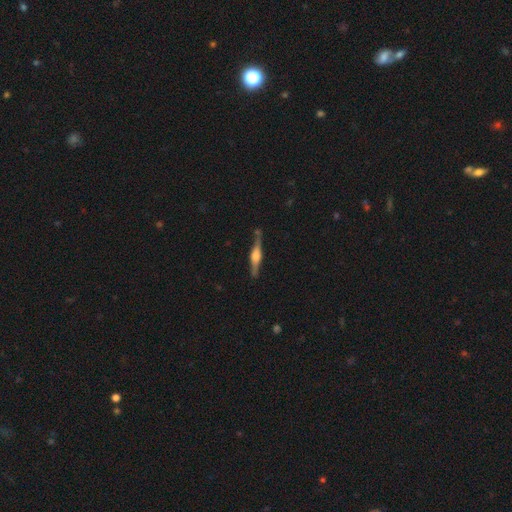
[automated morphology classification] This appears to be a featured or disk galaxy (73%) viewed edge-on (96%) with a rounded central bulge (73%). Merging: none (80%).